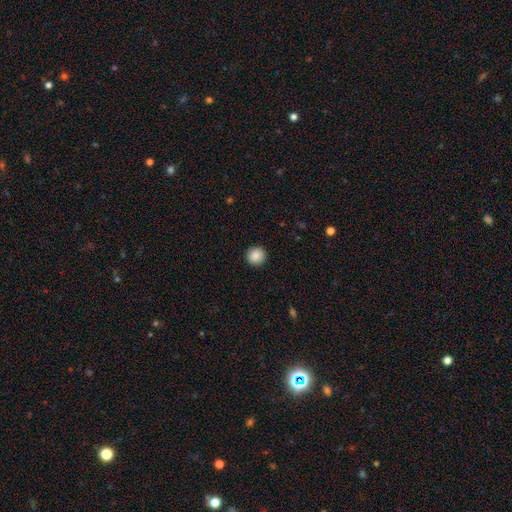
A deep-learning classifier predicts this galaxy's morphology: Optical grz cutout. It shows a smooth galaxy with no disk features (89%) that is round (91%). Merging: none (92%).